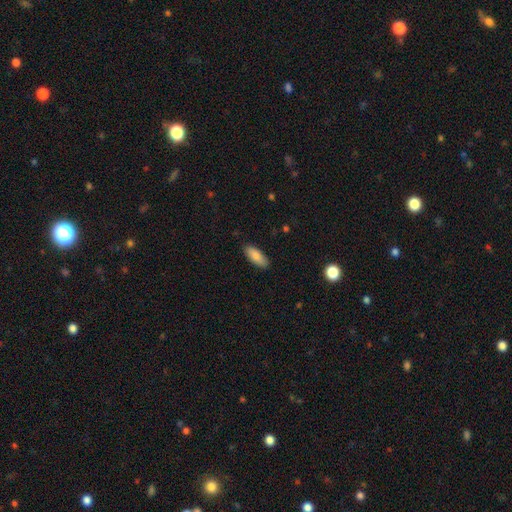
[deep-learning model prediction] smooth-or-featured: smooth: 87% | featured or disk: 7% | star or artifact: 6%
  how-rounded: in between: 78% | cigar-shaped: 20% | round: 2%
  merging: none: 88% | minor disturbance: 9% | major disturbance: 2% | merger: 1%